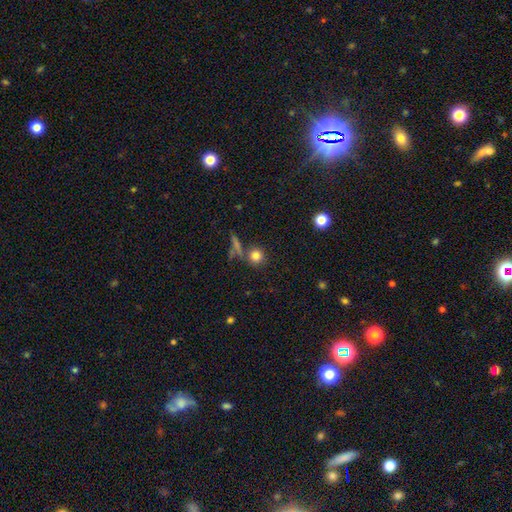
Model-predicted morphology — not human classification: This appears to be a smooth galaxy with no disk features (80%) that is round (92%). Merging: none (74%).